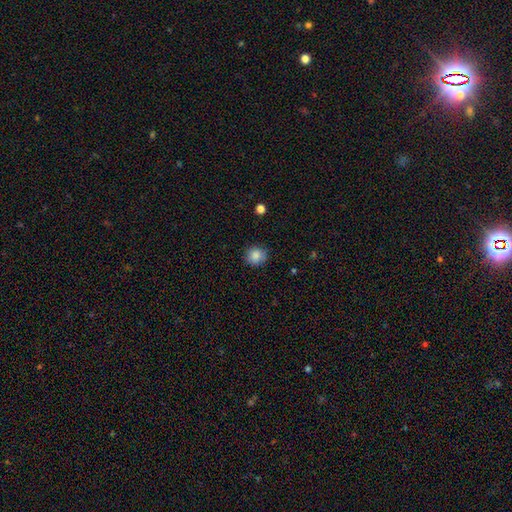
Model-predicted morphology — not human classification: This appears to be a smooth galaxy with no disk features (86%) that is round (88%). Merging: none (85%).